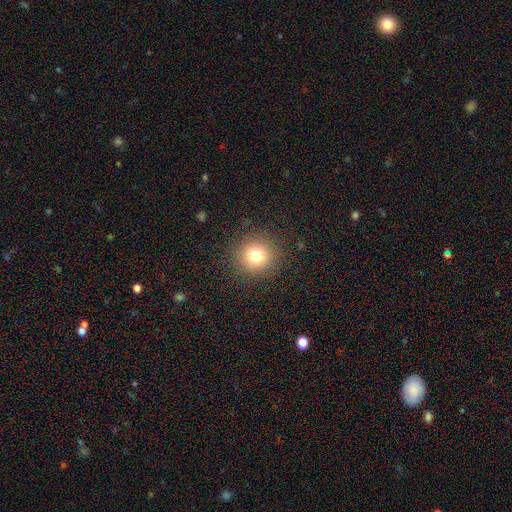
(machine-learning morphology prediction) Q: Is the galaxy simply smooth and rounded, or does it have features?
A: smooth — 77%.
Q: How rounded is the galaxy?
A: round — 92%.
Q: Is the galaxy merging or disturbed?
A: none — 89%.